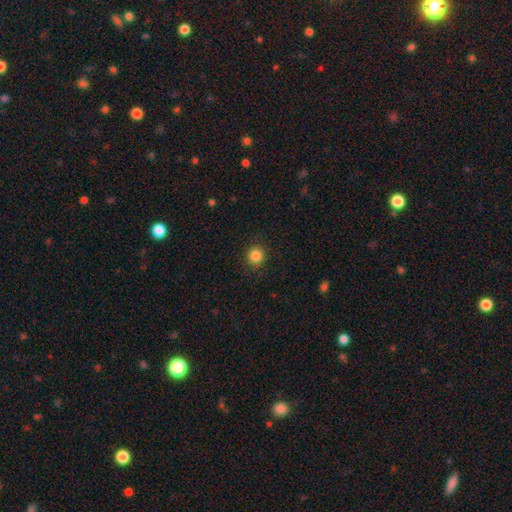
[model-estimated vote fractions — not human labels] smooth_or_featured: smooth (p=0.86) [alt: star or artifact p=0.11]
how_rounded: round (p=0.91) [alt: in between p=0.08]
merging: none (p=0.88) [alt: minor disturbance p=0.08]